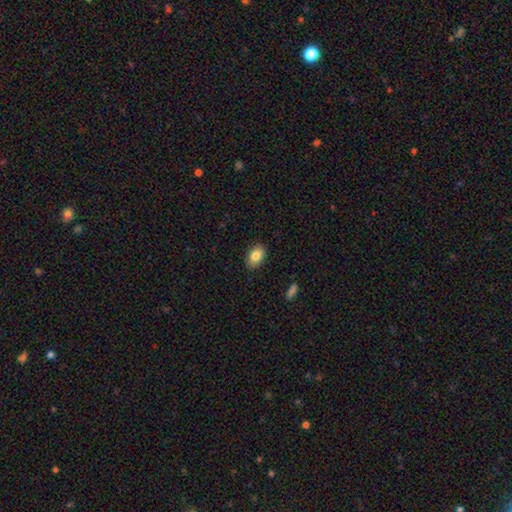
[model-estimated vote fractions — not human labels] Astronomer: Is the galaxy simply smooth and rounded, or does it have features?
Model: smooth — 83%.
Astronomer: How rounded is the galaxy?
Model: in between — 89%.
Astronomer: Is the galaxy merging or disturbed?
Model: none — 87%.